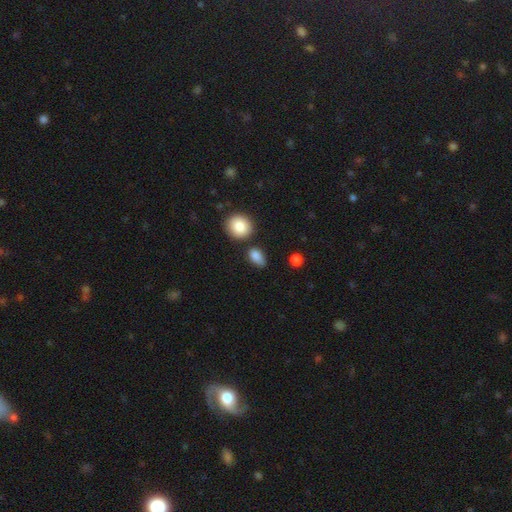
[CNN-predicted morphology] A smooth galaxy with no disk features (85%) that is in between round and cigar-shaped (76%). Merging: none (65%).